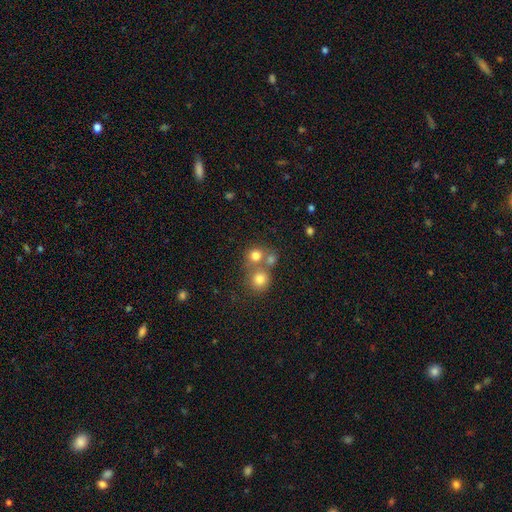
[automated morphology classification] This is likely a smooth galaxy (75%). How rounded: clearly round (86%). Merging: possibly none (51%).